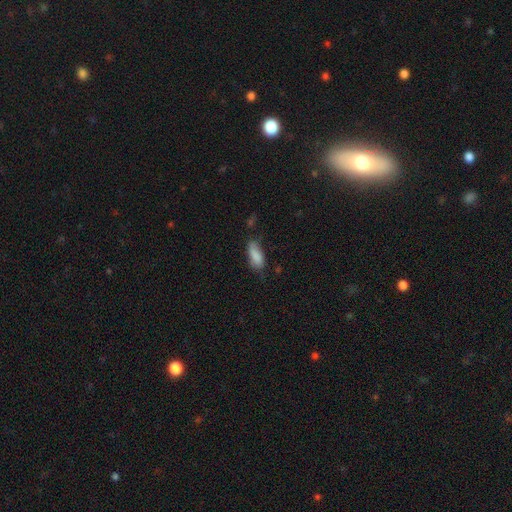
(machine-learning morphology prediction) Smooth or featured? smooth (83%)
How rounded? in between (81%)
Merging? none (53%)